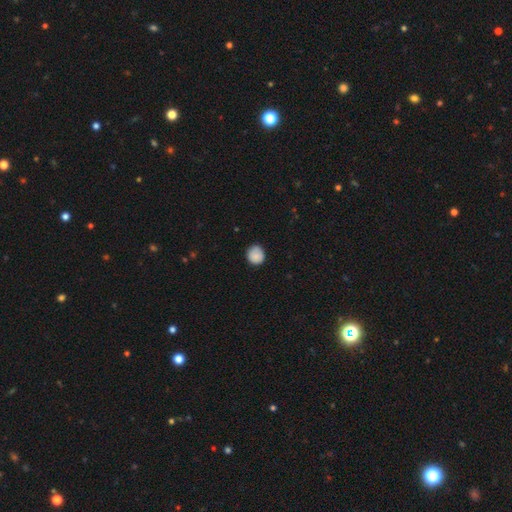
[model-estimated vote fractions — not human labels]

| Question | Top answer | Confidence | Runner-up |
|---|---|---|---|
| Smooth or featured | smooth | 87% | star or artifact (8%) |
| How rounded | round | 90% | in between (9%) |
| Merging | none | 84% | minor disturbance (12%) |